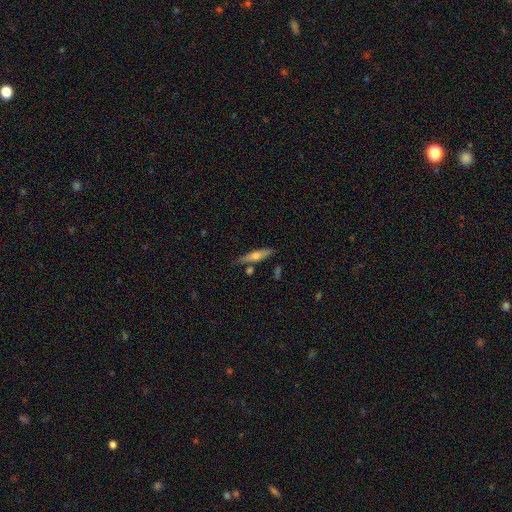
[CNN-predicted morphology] featured or disk 48%, smooth 45%, star or artifact 6%. Down the decision tree: merging — none (78%).